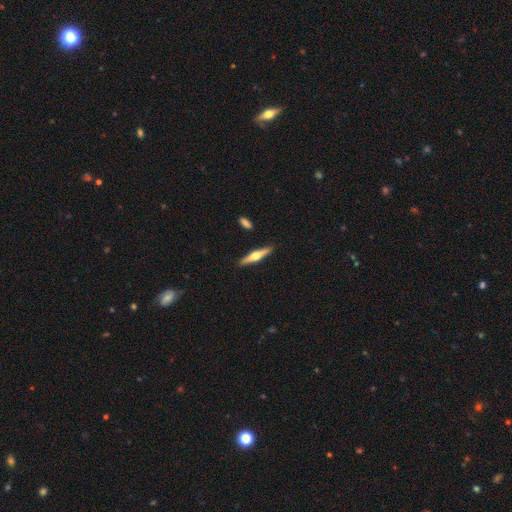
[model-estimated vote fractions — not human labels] A featured or disk galaxy (62%) viewed edge-on (97%) with a rounded central bulge (94%).

Vote fractions:
- Smooth or featured? featured or disk: 62% / smooth: 33% / star or artifact: 5%
- Edge-on disk? yes: 97% / no: 3%
- Edge-on bulge? rounded: 94% / boxy: 3% / none: 3%
- Merging? none: 89% / minor disturbance: 7% / merger: 2% / major disturbance: 2%